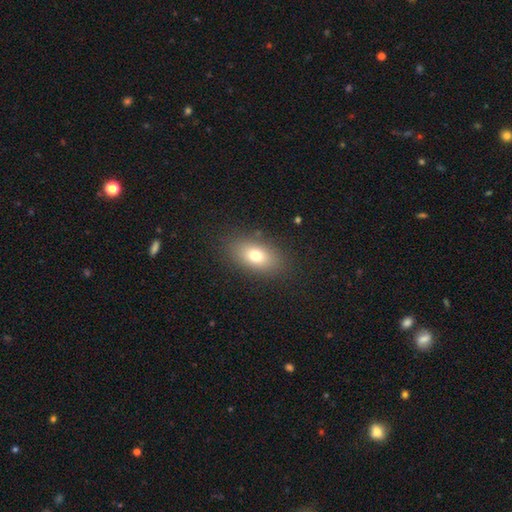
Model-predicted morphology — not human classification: Q: Smooth or featured?
A: smooth (75%); runner-up: featured or disk (14%)
Q: How rounded?
A: in between (86%); runner-up: round (11%)
Q: Merging?
A: none (86%); runner-up: minor disturbance (9%)